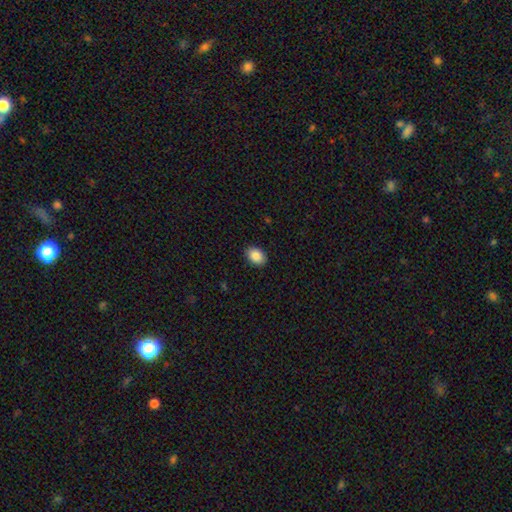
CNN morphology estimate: The model was most divided on "how rounded": in between: 74%, round: 25%, cigar-shaped: 1%. More confident: merging — none (90%); smooth or featured — smooth (88%).